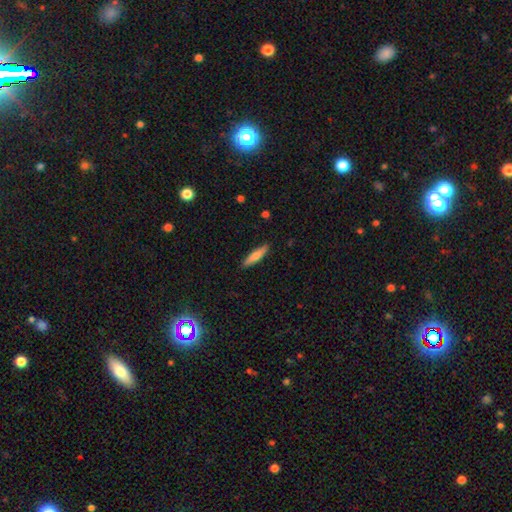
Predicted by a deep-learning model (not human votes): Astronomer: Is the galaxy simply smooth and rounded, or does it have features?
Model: smooth — 70%.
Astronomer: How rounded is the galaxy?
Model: cigar-shaped — 80%.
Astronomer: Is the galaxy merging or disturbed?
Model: none — 89%.